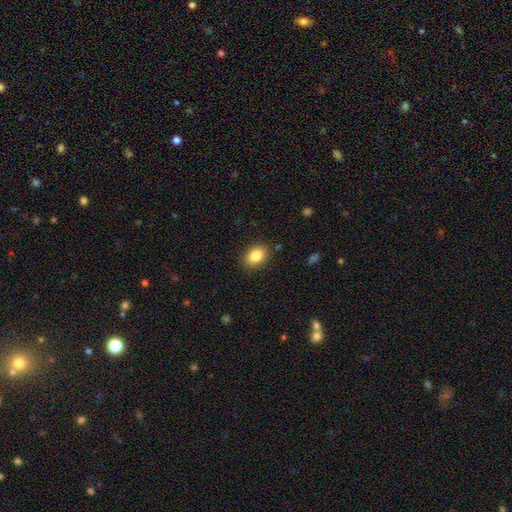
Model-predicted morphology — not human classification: A smooth galaxy with no disk features (84%) that is in between round and cigar-shaped (72%). Merging: none (87%).